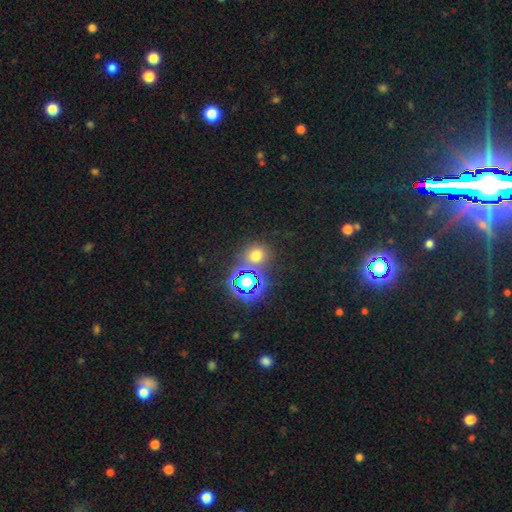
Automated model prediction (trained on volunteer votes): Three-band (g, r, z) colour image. It shows a smooth galaxy with no disk features (59%) that is round (85%). Merging: none (75%).